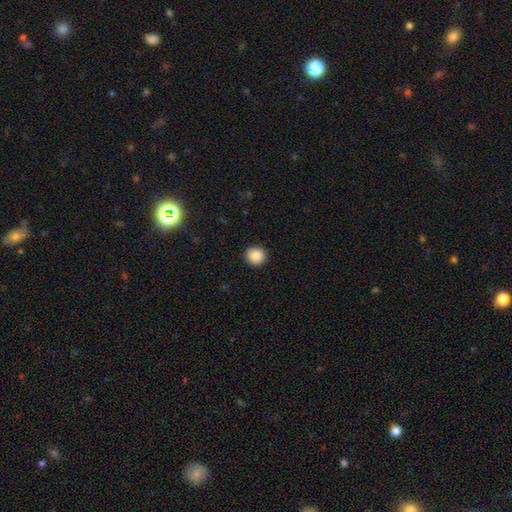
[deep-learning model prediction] Smooth or featured? smooth (88%)
How rounded? round (93%)
Merging? none (92%)